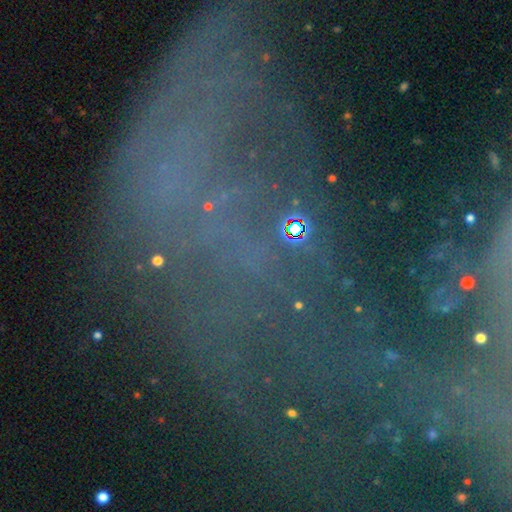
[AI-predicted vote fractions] Smooth or featured: star or artifact — 67% (featured or disk — 20%)